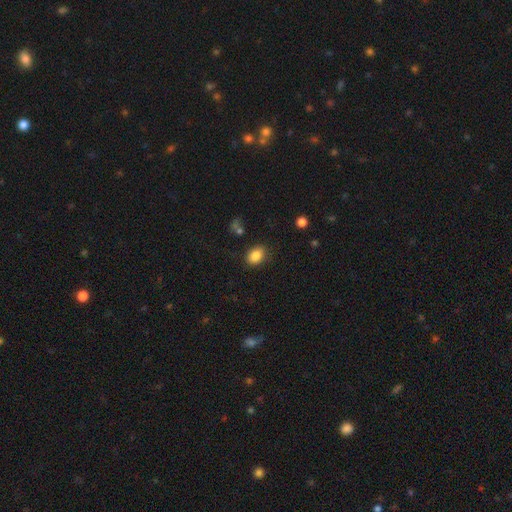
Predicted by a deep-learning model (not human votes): Smooth or featured?
  - smooth: 85% *
  - star or artifact: 9%
  - featured or disk: 6%
How rounded?
  - in between: 76% *
  - round: 23%
  - cigar-shaped: 1%
Merging?
  - none: 82% *
  - minor disturbance: 12%
  - major disturbance: 3%
  - merger: 3%